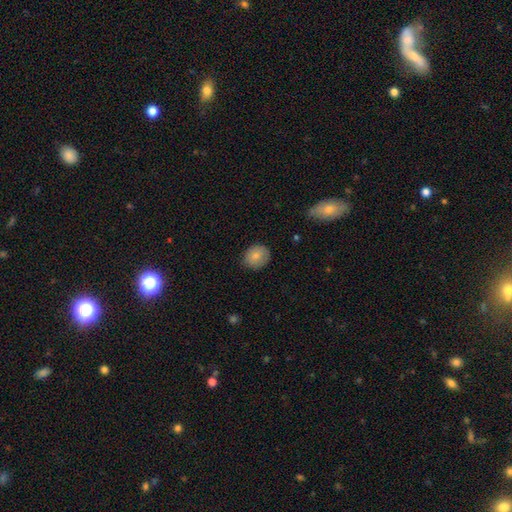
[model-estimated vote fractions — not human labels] Smooth or featured? Predicted: smooth (p=0.79). How rounded? Predicted: round (p=0.68). Merging? Predicted: none (p=0.77).